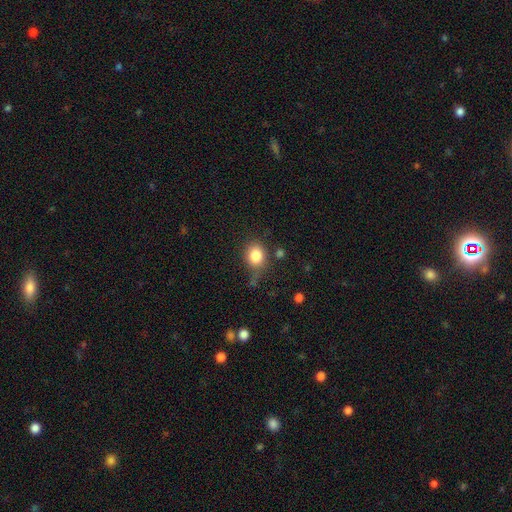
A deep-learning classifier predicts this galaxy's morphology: type=smooth (84%); roundness=round (62%); merging=none (69%).